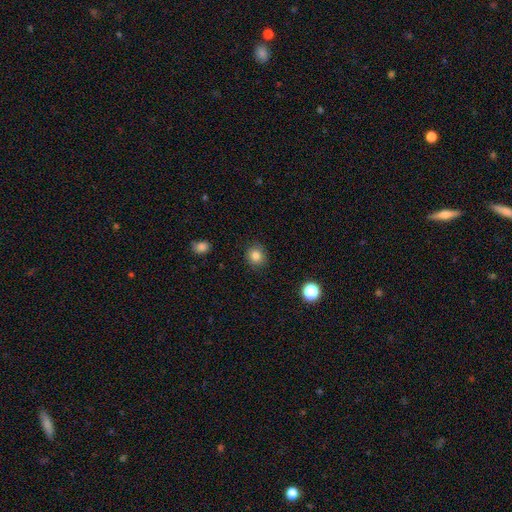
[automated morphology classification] This is clearly a smooth galaxy (83%). How rounded: clearly round (84%). Merging: clearly none (88%).